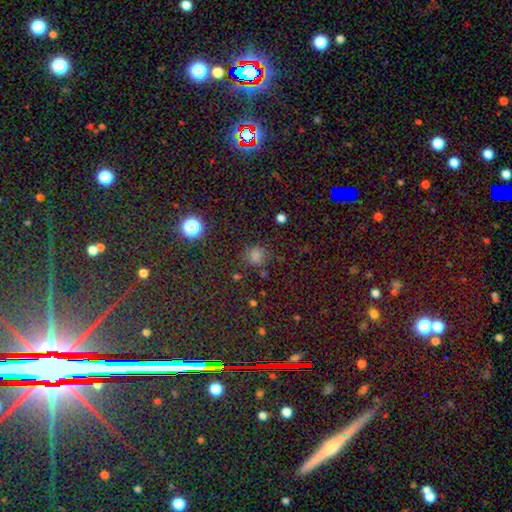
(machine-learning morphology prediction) Q: Smooth or featured?
A: smooth (71%); runner-up: star or artifact (23%)
Q: How rounded?
A: round (82%); runner-up: in between (17%)
Q: Merging?
A: none (76%); runner-up: minor disturbance (14%)